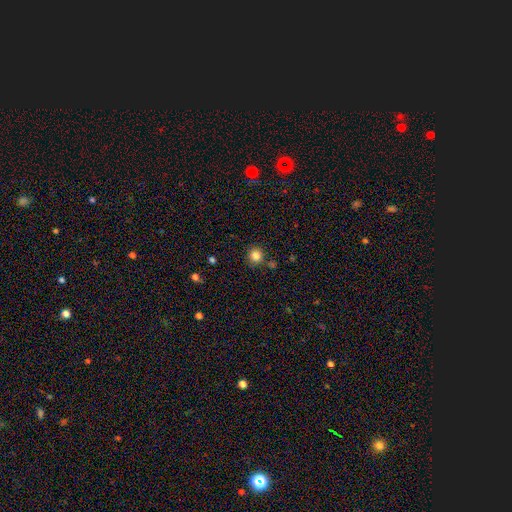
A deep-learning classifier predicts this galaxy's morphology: smooth-or-featured: smooth: 83% | star or artifact: 12% | featured or disk: 5%
  how-rounded: round: 93% | in between: 6% | cigar-shaped: 1%
  merging: none: 83% | minor disturbance: 8% | merger: 6% | major disturbance: 2%